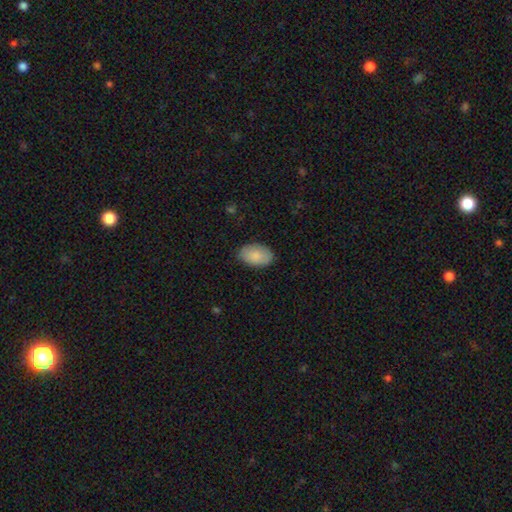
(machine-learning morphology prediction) smooth-or-featured: smooth: 86% | featured or disk: 8% | star or artifact: 6%
  how-rounded: in between: 92% | round: 7% | cigar-shaped: 1%
  merging: none: 83% | minor disturbance: 13% | major disturbance: 3% | merger: 1%